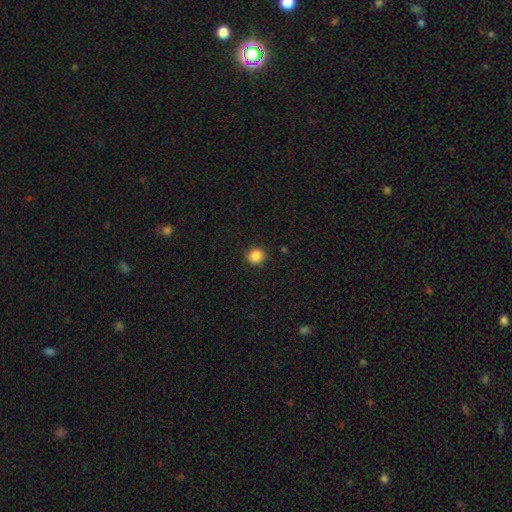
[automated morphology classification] Smooth or featured? smooth (86%)
How rounded? round (88%)
Merging? none (91%)